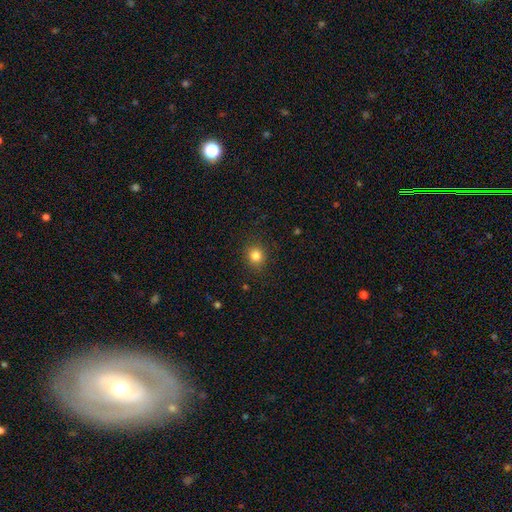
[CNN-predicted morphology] This is clearly a smooth galaxy (83%). How rounded: clearly round (82%). Merging: clearly none (88%).